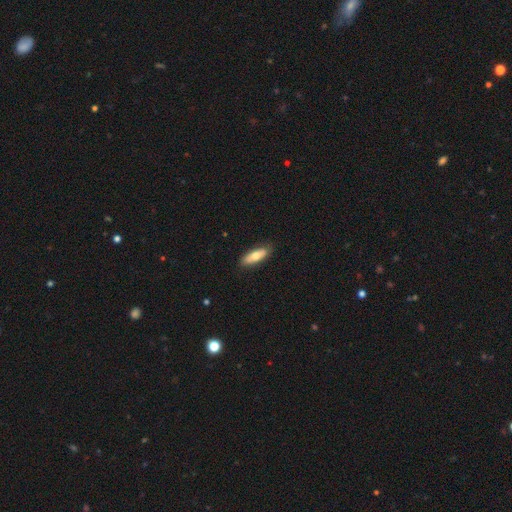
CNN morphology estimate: Smooth or featured? Predicted: smooth (p=0.67). How rounded? Predicted: in between (p=0.57). Merging? Predicted: none (p=0.86).